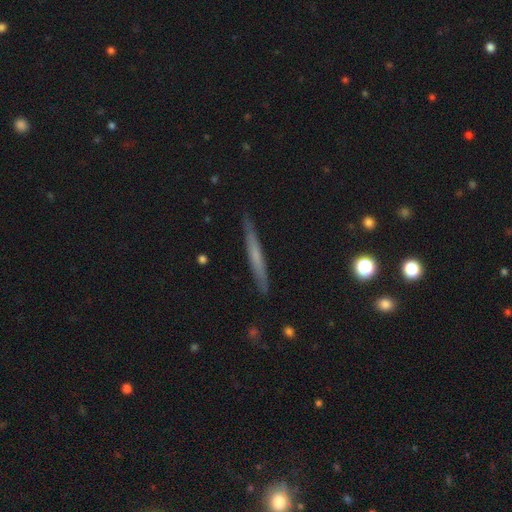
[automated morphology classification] Smooth or featured? featured or disk (48%)
Merging? none (89%)